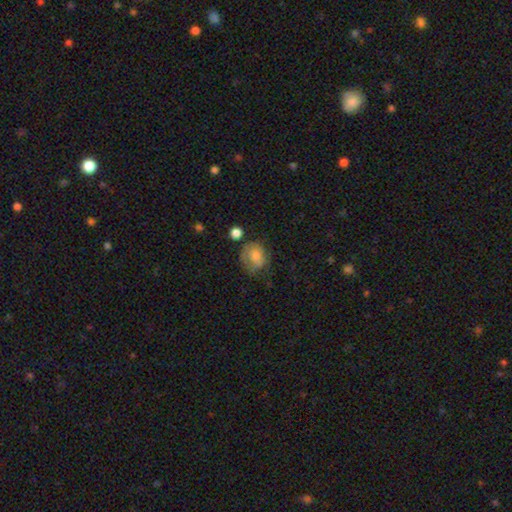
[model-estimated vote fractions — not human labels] smooth_or_featured: smooth (p=0.69) [alt: featured or disk p=0.21]
how_rounded: round (p=0.69) [alt: in between p=0.30]
merging: none (p=0.52) [alt: minor disturbance p=0.29]